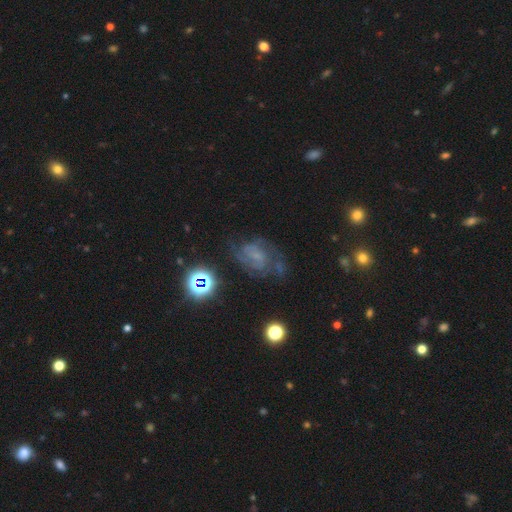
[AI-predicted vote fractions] Smooth or featured: featured or disk — 68% (star or artifact — 18%)
Edge-on disk: no — 97% (yes — 3%)
Bar: no — 52% (weak — 38%)
Spiral arms: yes — 88% (no — 12%)
Spiral winding: medium — 45% (tight — 39%)
Spiral arm count: 2 — 43% (can't tell — 30%)
Bulge size: small — 49% (none — 28%)
Merging: none — 56% (minor disturbance — 22%)